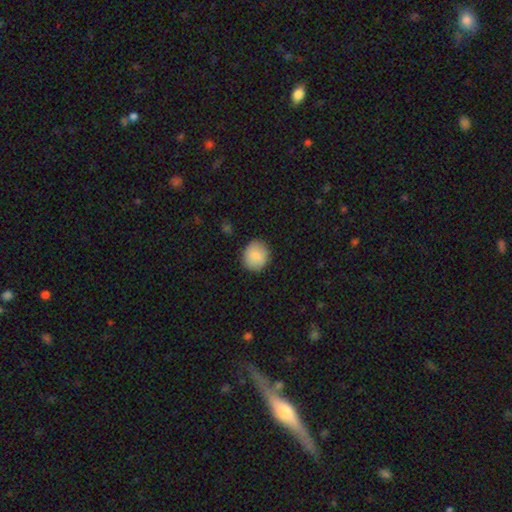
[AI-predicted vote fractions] A smooth galaxy with no disk features (85%) that is round (82%).

Vote fractions:
- Smooth or featured? smooth: 85% / featured or disk: 8% / star or artifact: 7%
- How rounded? round: 82% / in between: 17% / cigar-shaped: 1%
- Merging? none: 87% / minor disturbance: 9% / major disturbance: 2% / merger: 1%